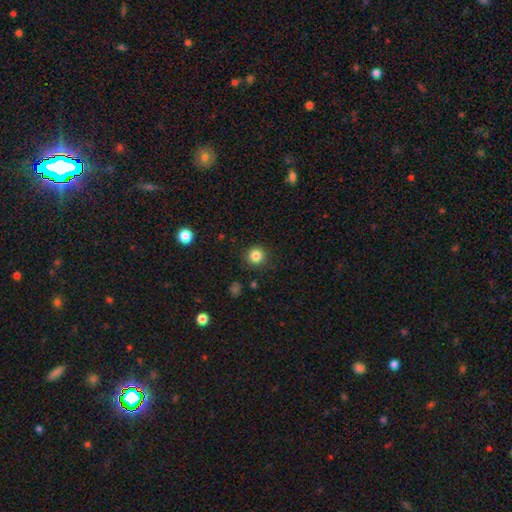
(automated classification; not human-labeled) smooth_or_featured: smooth (p=0.84) [alt: star or artifact p=0.11]
how_rounded: round (p=0.94) [alt: in between p=0.05]
merging: none (p=0.89) [alt: minor disturbance p=0.07]